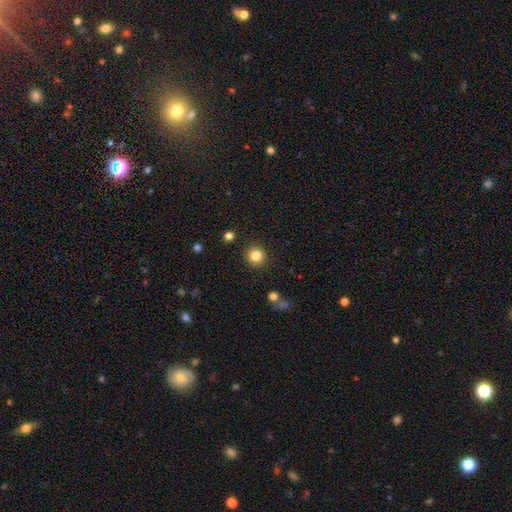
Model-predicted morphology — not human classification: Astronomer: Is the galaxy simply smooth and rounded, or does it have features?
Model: smooth — 83%.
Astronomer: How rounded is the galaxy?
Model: round — 92%.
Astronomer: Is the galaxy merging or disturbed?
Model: none — 90%.